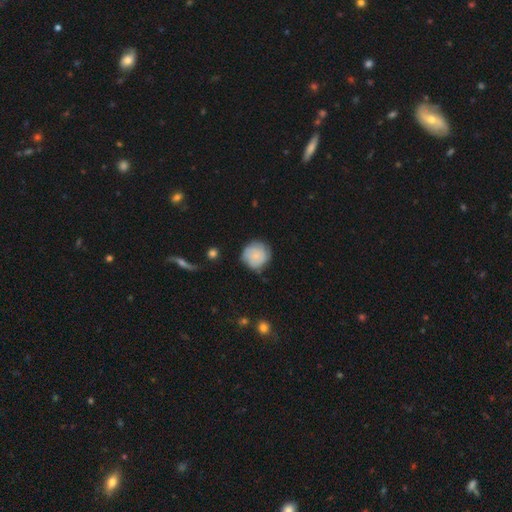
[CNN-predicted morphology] smooth 61%, featured or disk 31%, star or artifact 8%. Down the decision tree: how rounded — round (90%); merging — none (72%).